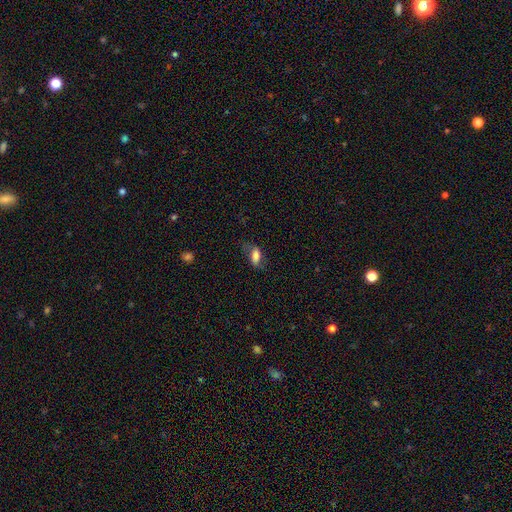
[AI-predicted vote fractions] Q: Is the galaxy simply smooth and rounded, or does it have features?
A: smooth — 70%.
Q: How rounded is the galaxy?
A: in between — 82%.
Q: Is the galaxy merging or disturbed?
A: none — 53%.